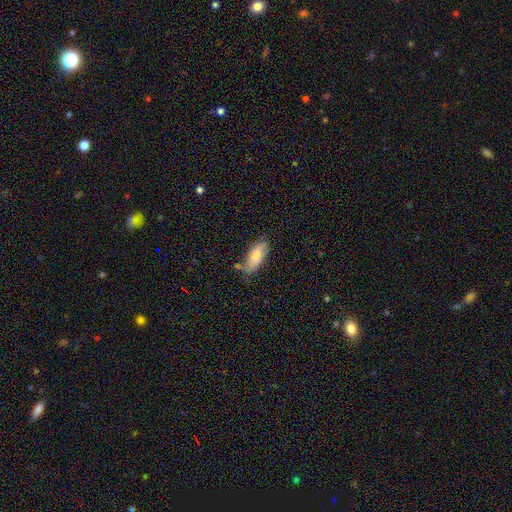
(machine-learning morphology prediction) Smooth or featured?
  - smooth: 71% *
  - featured or disk: 22%
  - star or artifact: 7%
How rounded?
  - in between: 80% *
  - cigar-shaped: 17%
  - round: 2%
Merging?
  - none: 69% *
  - minor disturbance: 22%
  - merger: 5%
  - major disturbance: 4%